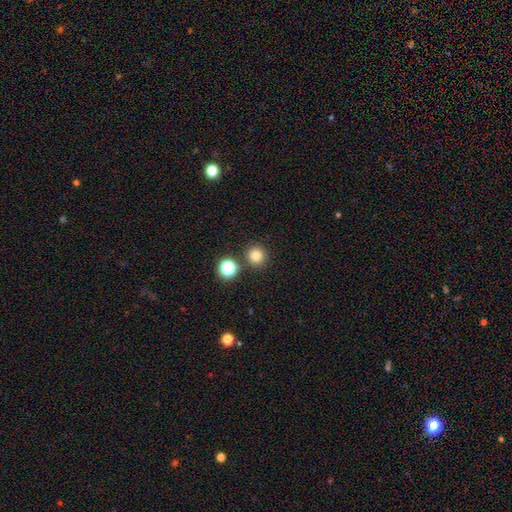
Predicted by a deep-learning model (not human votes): The model was most divided on "smooth or featured": smooth: 79%, star or artifact: 15%, featured or disk: 6%. More confident: how rounded — round (94%); merging — none (84%).